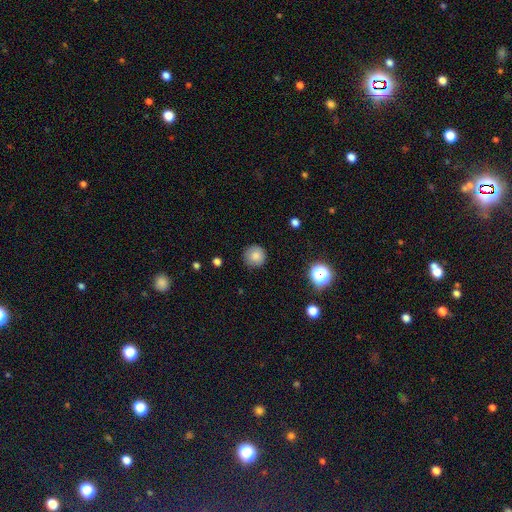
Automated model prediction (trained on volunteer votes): This is clearly a smooth galaxy (82%). How rounded: clearly round (95%). Merging: clearly none (89%).